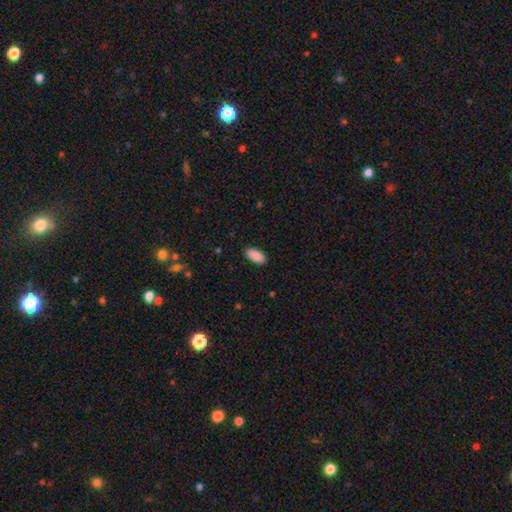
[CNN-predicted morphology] Q: Smooth or featured?
A: smooth (90%); runner-up: star or artifact (6%)
Q: How rounded?
A: in between (94%); runner-up: cigar-shaped (4%)
Q: Merging?
A: none (89%); runner-up: minor disturbance (8%)